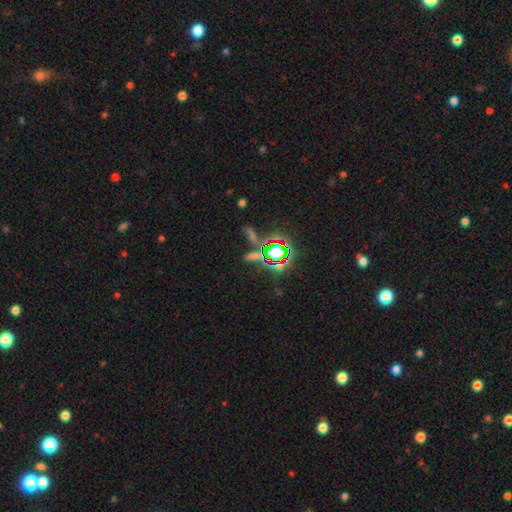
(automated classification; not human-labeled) star or artifact 66%, smooth 22%, featured or disk 12%.